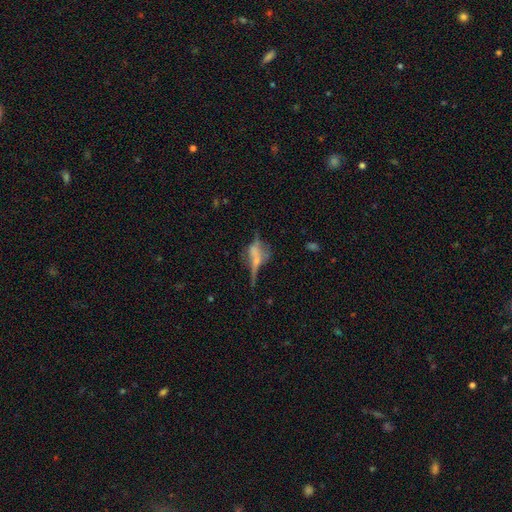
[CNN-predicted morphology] A featured or disk galaxy (51%) viewed edge-on (62%).

Vote fractions:
- Smooth or featured? featured or disk: 51% / smooth: 32% / star or artifact: 16%
- Edge-on disk? yes: 62% / no: 38%
- Merging? none: 38% / merger: 23% / major disturbance: 22% / minor disturbance: 17%